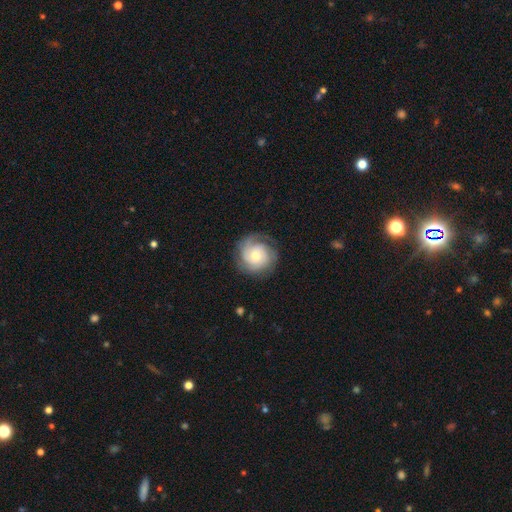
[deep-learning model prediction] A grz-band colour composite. It shows a featured or disk galaxy (76%) with no bar (77%), 3 (28%) tight (65%) spiral arms (94%) and a moderate central bulge (56%). Merging: none (78%).